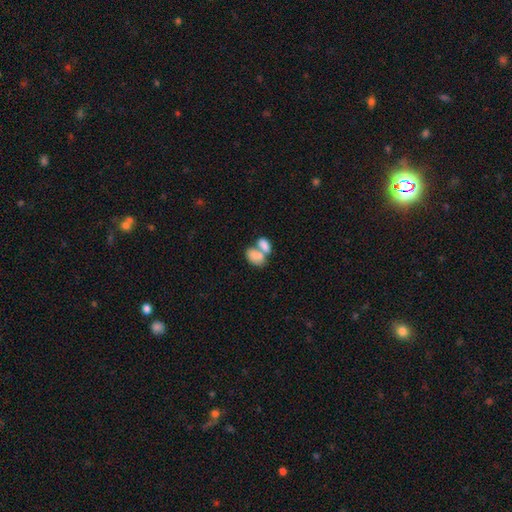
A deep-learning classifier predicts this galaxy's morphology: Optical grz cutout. It shows a smooth galaxy with no disk features (78%) that is in between round and cigar-shaped (89%). Merging: merger (68%).